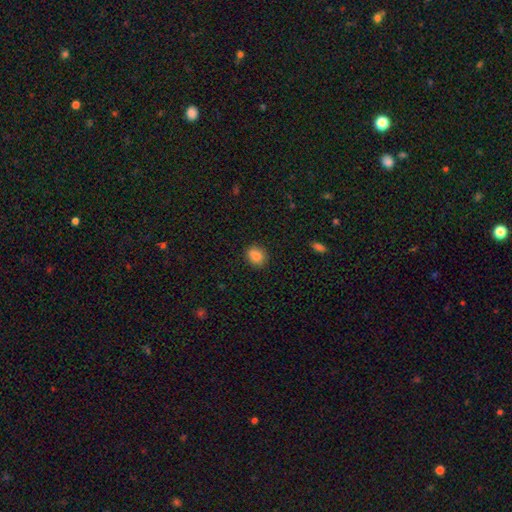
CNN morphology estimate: smooth 87%, star or artifact 9%, featured or disk 4%. Down the decision tree: how rounded — in between (52%); merging — none (87%).